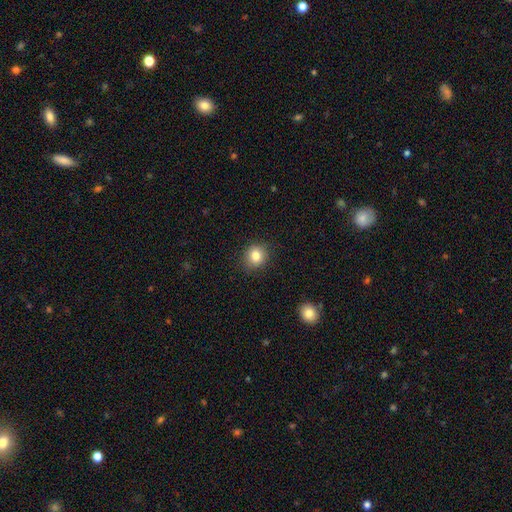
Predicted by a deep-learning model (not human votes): Q: Smooth or featured?
A: smooth (82%); runner-up: star or artifact (11%)
Q: How rounded?
A: round (80%); runner-up: in between (19%)
Q: Merging?
A: none (88%); runner-up: minor disturbance (8%)